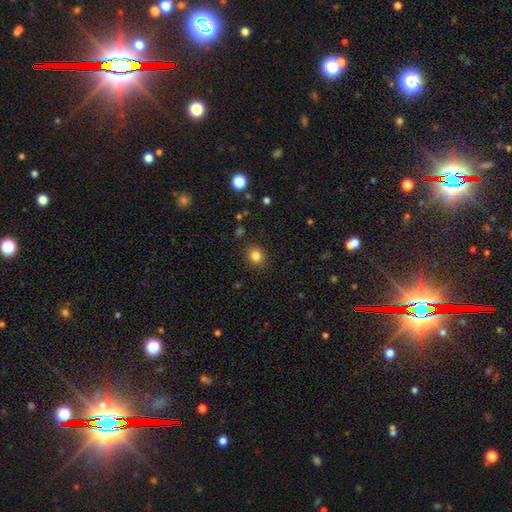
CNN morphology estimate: type=smooth (83%); roundness=round (61%); merging=none (88%).